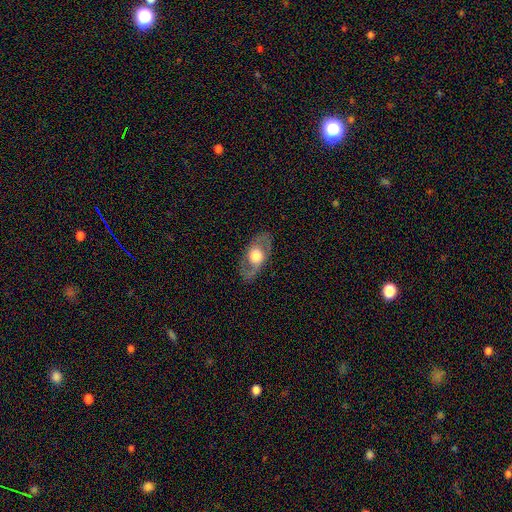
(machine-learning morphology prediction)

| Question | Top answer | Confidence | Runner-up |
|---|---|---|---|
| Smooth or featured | featured or disk | 66% | smooth (29%) |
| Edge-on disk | no | 84% | yes (16%) |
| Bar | no | 80% | weak (16%) |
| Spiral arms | yes | 52% | no (48%) |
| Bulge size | large | 52% | moderate (38%) |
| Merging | none | 82% | minor disturbance (11%) |